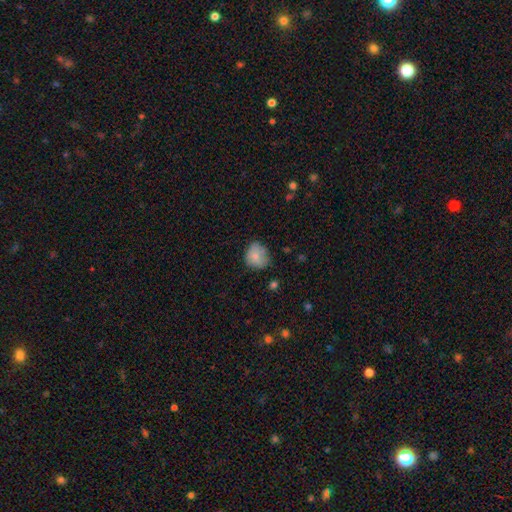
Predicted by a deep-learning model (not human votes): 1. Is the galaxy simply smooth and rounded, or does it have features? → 79% smooth, 12% featured or disk, 9% star or artifact.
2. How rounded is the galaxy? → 73% round, 26% in between, 1% cigar-shaped.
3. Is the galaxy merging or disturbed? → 60% none, 30% minor disturbance, 8% major disturbance, 3% merger.